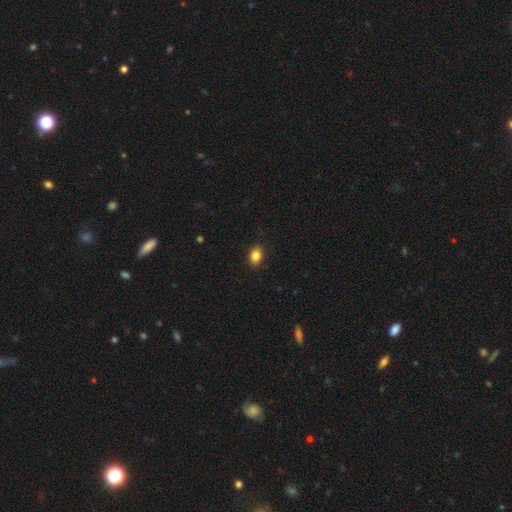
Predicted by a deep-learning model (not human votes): A smooth galaxy with no disk features (85%) that is in between round and cigar-shaped (76%). Merging: none (88%).